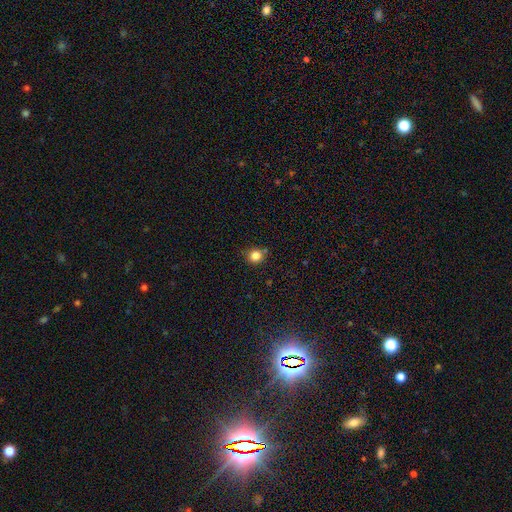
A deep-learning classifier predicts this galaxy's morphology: This is clearly a smooth galaxy (83%). How rounded: clearly round (90%). Merging: clearly none (80%).